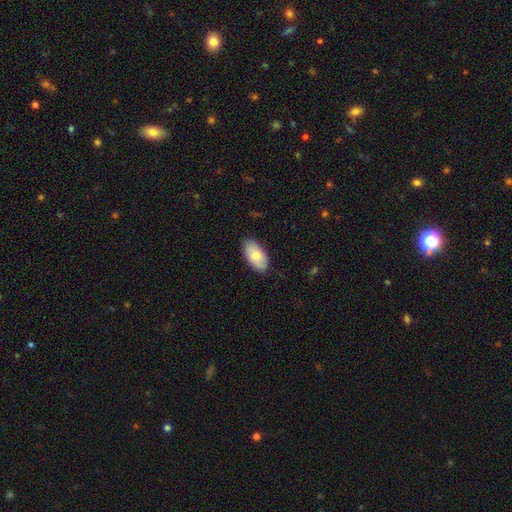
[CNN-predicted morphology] Smooth or featured? smooth (79%)
How rounded? in between (95%)
Merging? none (84%)